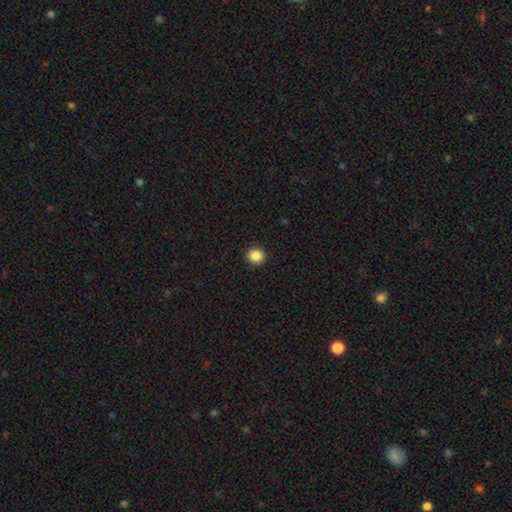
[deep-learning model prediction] Smooth or featured? smooth (87%)
How rounded? round (94%)
Merging? none (93%)